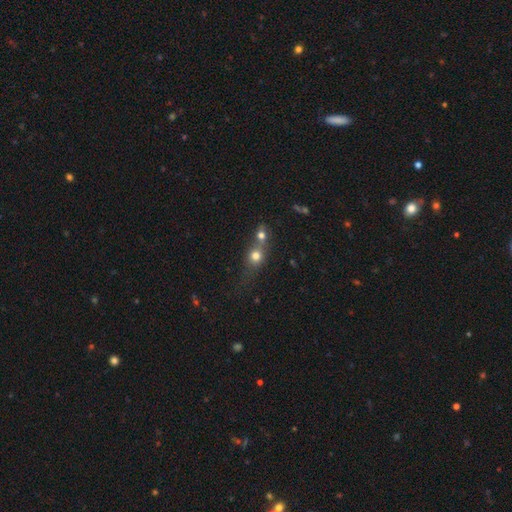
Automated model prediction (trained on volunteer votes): Smooth or featured: smooth — 72% (featured or disk — 14%)
How rounded: round — 75% (in between — 23%)
Merging: merger — 60% (none — 28%)